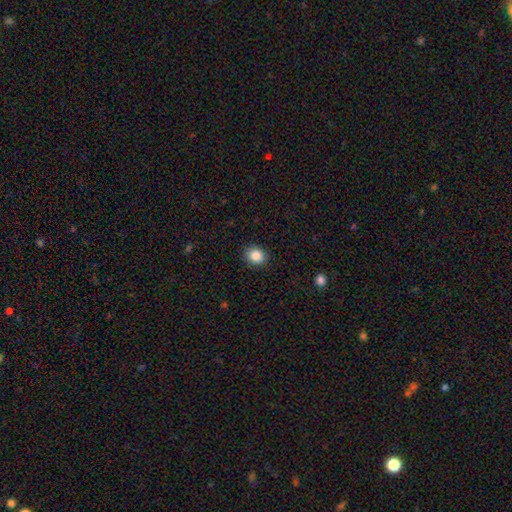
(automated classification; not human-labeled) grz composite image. It shows a smooth galaxy with no disk features (87%) that is round (69%). Merging: none (90%).